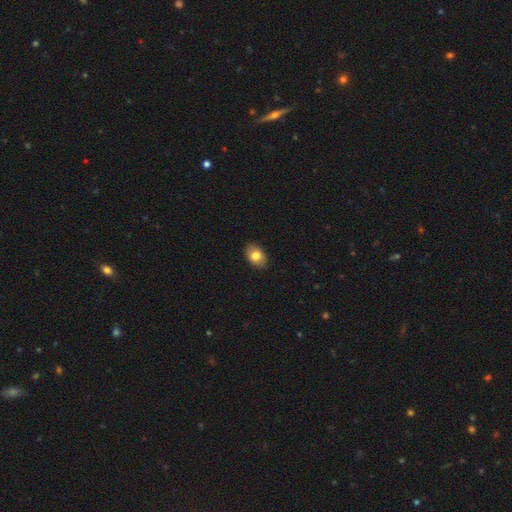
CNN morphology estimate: Overall: smooth (81%). How rounded: in between (84%). Merging: none (88%).